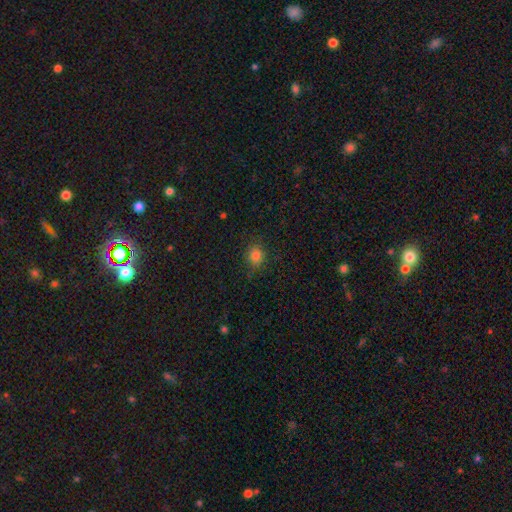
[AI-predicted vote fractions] Overall: smooth (82%). How rounded: round (65%; in between 34%). Merging: none (84%).